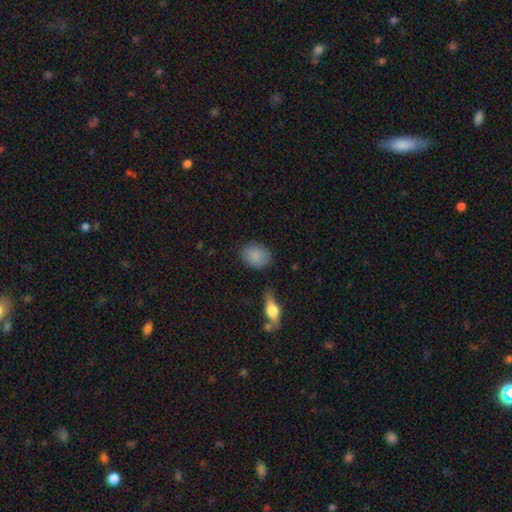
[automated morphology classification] This appears to be a smooth galaxy with no disk features (86%) that is in between round and cigar-shaped (55%). Merging: none (80%).